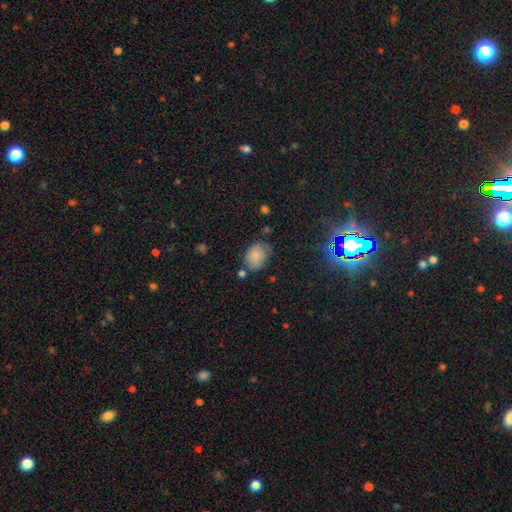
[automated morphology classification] Overall: smooth (78%). How rounded: in between (71%). Merging: none (56%; minor disturbance 29%).